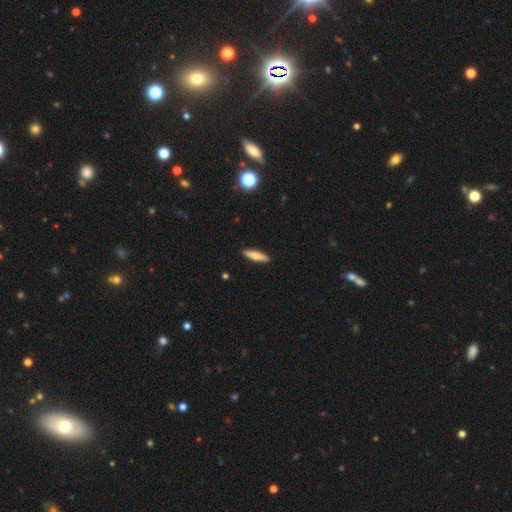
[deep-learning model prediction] This is likely a smooth galaxy (64%). How rounded: likely cigar-shaped (78%). Merging: clearly none (91%).